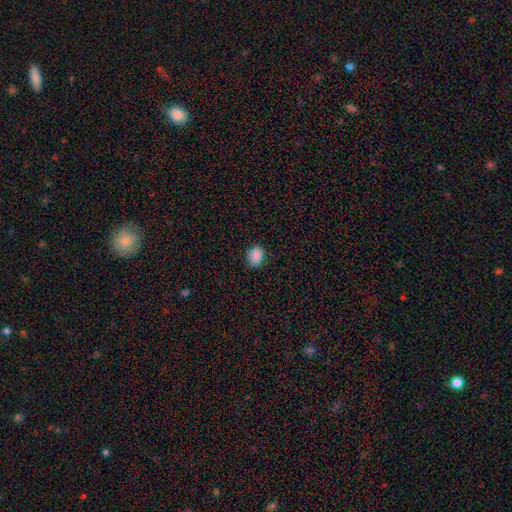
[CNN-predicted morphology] This appears to be a smooth galaxy with no disk features (87%) that is in between round and cigar-shaped (51%). Merging: none (81%).